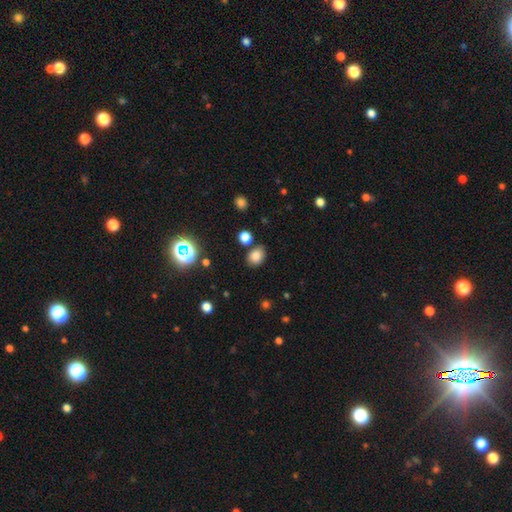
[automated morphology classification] The model was most divided on "how rounded": in between: 62%, round: 37%, cigar-shaped: 1%. More confident: smooth or featured — smooth (80%); merging — none (79%).